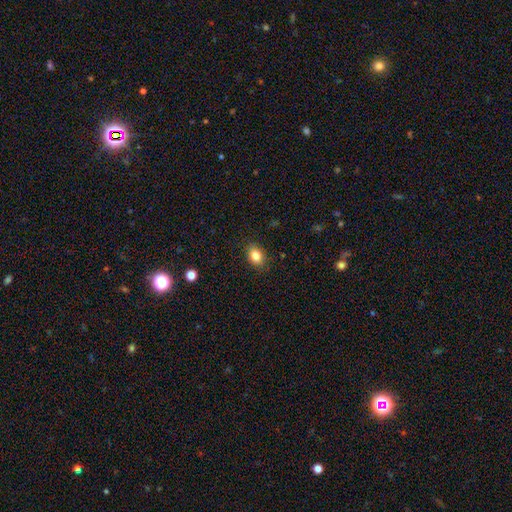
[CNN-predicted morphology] The model was most divided on "how rounded": in between: 73%, round: 26%, cigar-shaped: 1%. More confident: merging — none (87%); smooth or featured — smooth (85%).